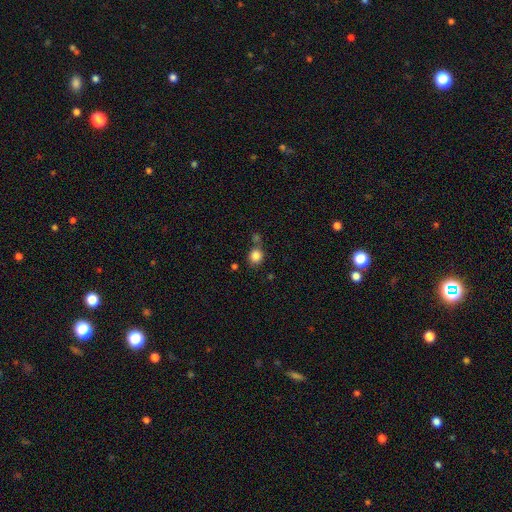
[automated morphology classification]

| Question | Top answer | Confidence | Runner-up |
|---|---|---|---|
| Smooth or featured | smooth | 85% | star or artifact (10%) |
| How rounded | round | 79% | in between (20%) |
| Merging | none | 64% | merger (19%) |